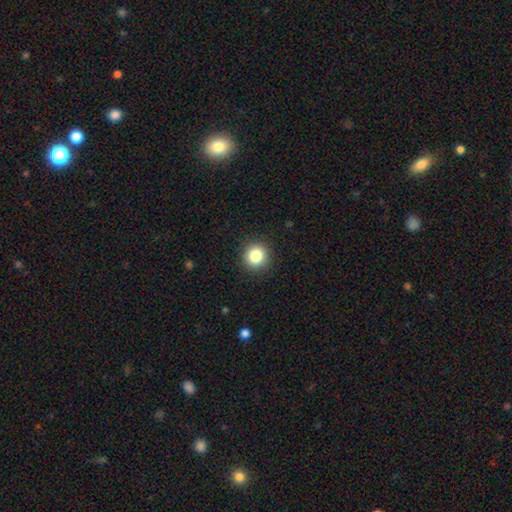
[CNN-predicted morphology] smooth-or-featured: smooth: 84% | star or artifact: 11% | featured or disk: 5%
  how-rounded: round: 92% | in between: 7% | cigar-shaped: 1%
  merging: none: 91% | minor disturbance: 6% | major disturbance: 2% | merger: 1%